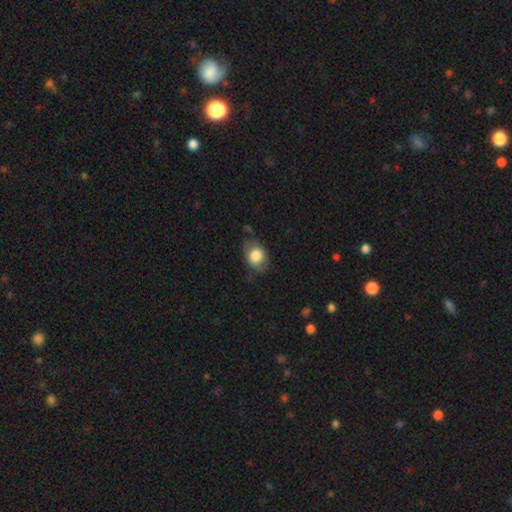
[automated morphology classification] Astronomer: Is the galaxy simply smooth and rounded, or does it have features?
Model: smooth — 74%.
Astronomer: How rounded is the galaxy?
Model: in between — 75%.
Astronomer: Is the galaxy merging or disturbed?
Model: none — 67%.